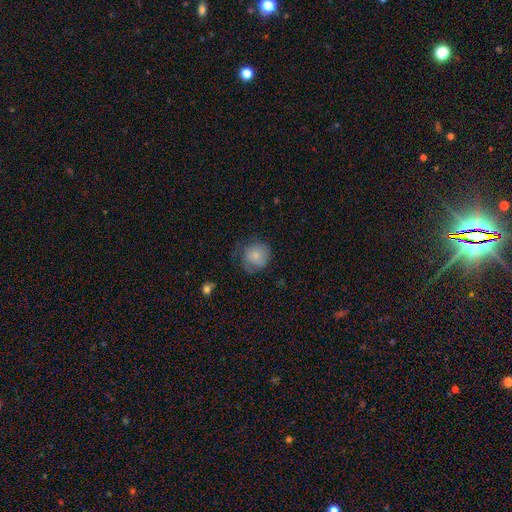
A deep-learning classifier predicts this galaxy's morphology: This is likely a smooth galaxy (76%). How rounded: clearly round (85%). Merging: possibly none (55%).